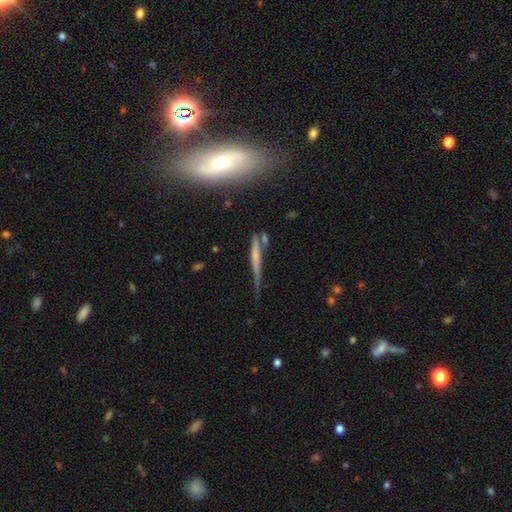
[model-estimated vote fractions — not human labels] Smooth or featured: featured or disk — 49% (smooth — 40%)
Merging: none — 61% (minor disturbance — 23%)